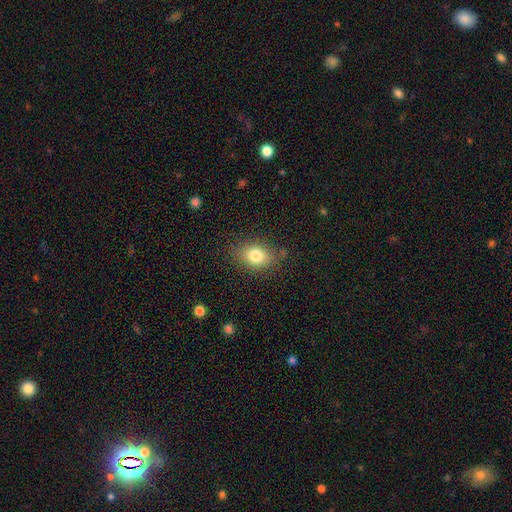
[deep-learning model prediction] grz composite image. It shows a smooth galaxy with no disk features (80%) that is in between round and cigar-shaped (69%). Merging: none (80%).